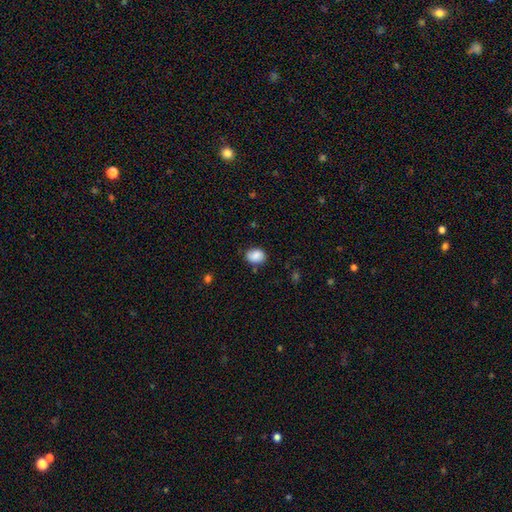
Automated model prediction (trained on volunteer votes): Smooth or featured?
  - smooth: 84% *
  - star or artifact: 8%
  - featured or disk: 8%
How rounded?
  - in between: 59% *
  - round: 40%
  - cigar-shaped: 1%
Merging?
  - none: 78% *
  - minor disturbance: 17%
  - major disturbance: 4%
  - merger: 2%